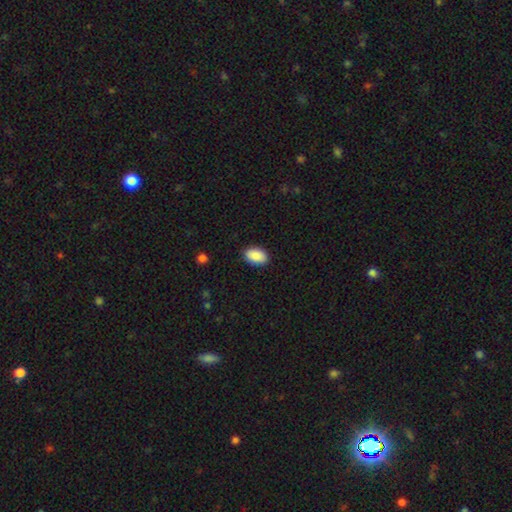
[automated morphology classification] type=smooth (90%); roundness=in between (92%); merging=none (89%).